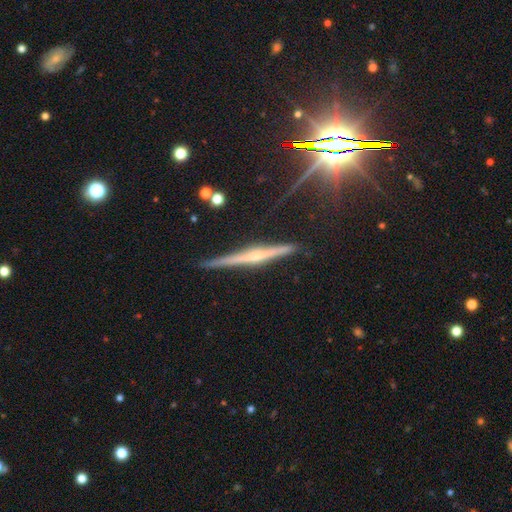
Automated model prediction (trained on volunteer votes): Smooth or featured?
  - featured or disk: 75% *
  - smooth: 15%
  - star or artifact: 10%
Edge-on disk?
  - yes: 98% *
  - no: 2%
Edge-on bulge?
  - rounded: 69% *
  - none: 21%
  - boxy: 10%
Merging?
  - none: 88% *
  - minor disturbance: 9%
  - major disturbance: 2%
  - merger: 2%